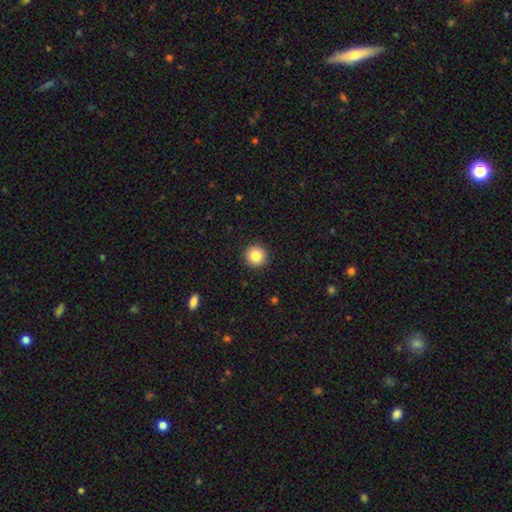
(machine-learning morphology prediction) A smooth galaxy with no disk features (84%) that is round (96%).

Vote fractions:
- Smooth or featured? smooth: 84% / star or artifact: 10% / featured or disk: 6%
- How rounded? round: 96% / in between: 3% / cigar-shaped: 1%
- Merging? none: 93% / minor disturbance: 4% / major disturbance: 2% / merger: 1%